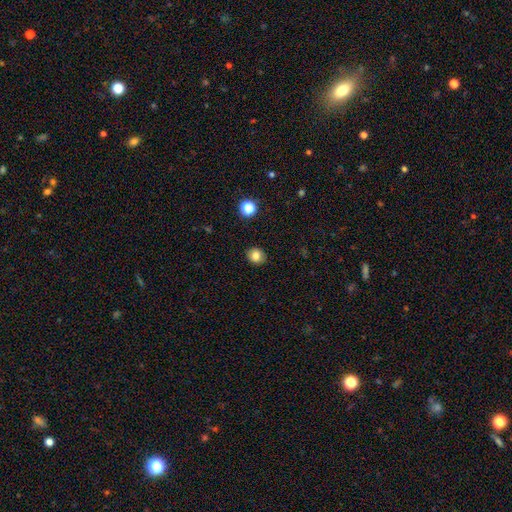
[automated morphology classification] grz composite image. It shows a smooth galaxy with no disk features (82%) that is round (77%). Merging: none (88%).